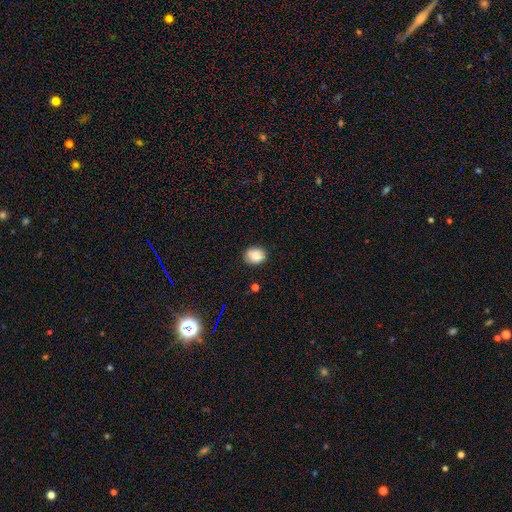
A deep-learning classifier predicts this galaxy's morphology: A smooth galaxy with no disk features (86%) that is round (54%). Merging: none (80%).